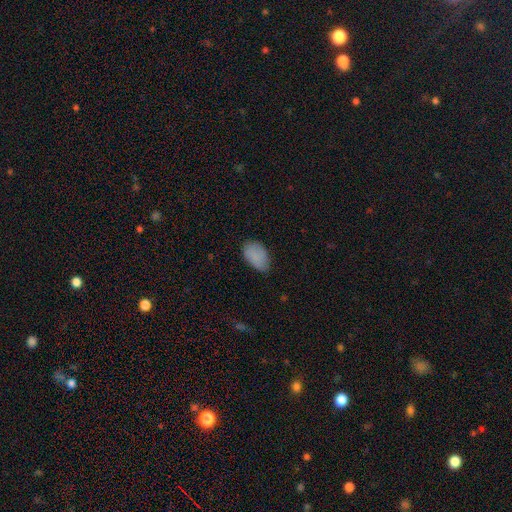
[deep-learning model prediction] smooth-or-featured: smooth: 86% | star or artifact: 7% | featured or disk: 7%
  how-rounded: in between: 92% | round: 6% | cigar-shaped: 1%
  merging: none: 68% | minor disturbance: 26% | major disturbance: 5% | merger: 1%